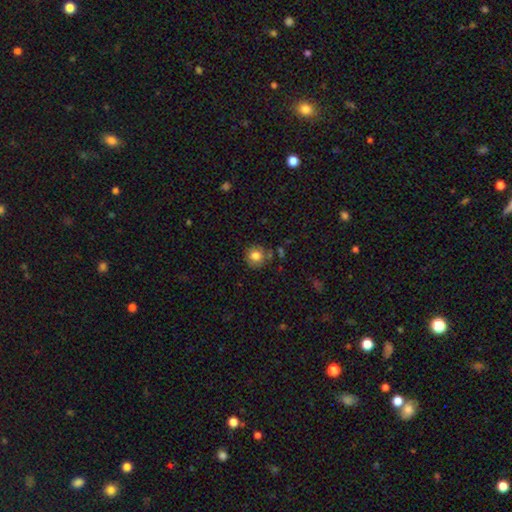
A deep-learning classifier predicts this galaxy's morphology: Overall: smooth (81%). How rounded: round (91%). Merging: none (81%).